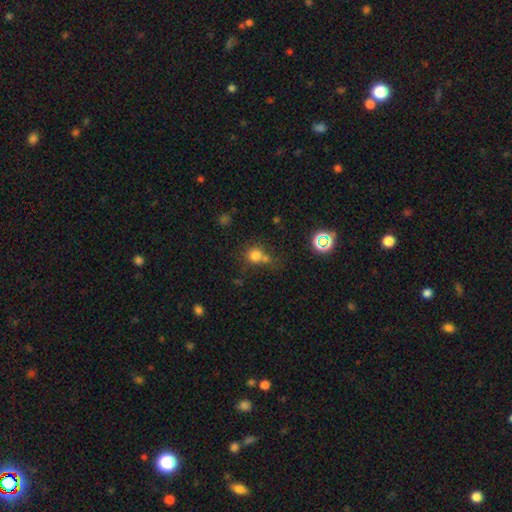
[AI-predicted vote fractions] A smooth galaxy with no disk features (74%) that is round (87%).

Vote fractions:
- Smooth or featured? smooth: 74% / star or artifact: 17% / featured or disk: 9%
- How rounded? round: 87% / in between: 12% / cigar-shaped: 1%
- Merging? none: 51% / merger: 32% / minor disturbance: 11% / major disturbance: 6%